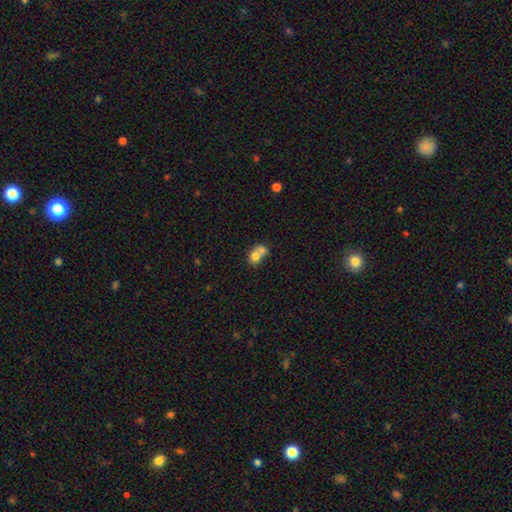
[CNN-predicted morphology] The model was most divided on "how rounded": round: 59%, in between: 40%, cigar-shaped: 1%. More confident: smooth or featured — smooth (72%); merging — merger (70%).